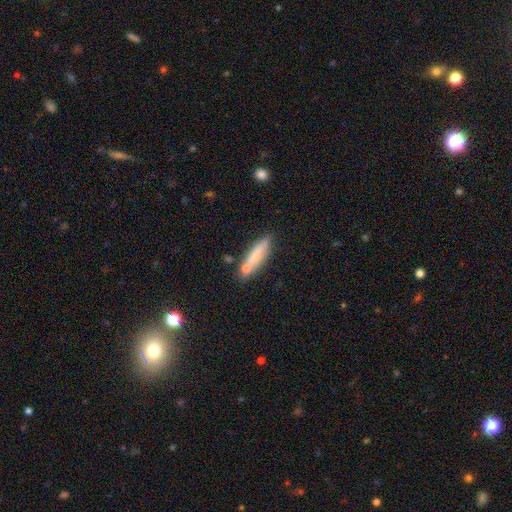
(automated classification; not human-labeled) smooth_or_featured: smooth (p=0.70) [alt: featured or disk p=0.23]
how_rounded: cigar-shaped (p=0.73) [alt: in between p=0.24]
merging: none (p=0.66) [alt: minor disturbance p=0.17]